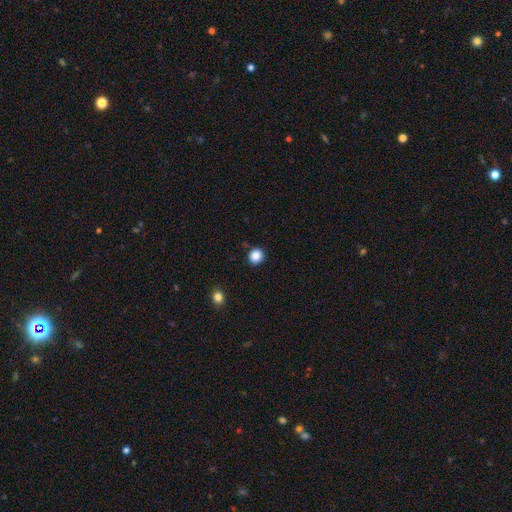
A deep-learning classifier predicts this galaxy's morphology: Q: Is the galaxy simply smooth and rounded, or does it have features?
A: smooth — 87%.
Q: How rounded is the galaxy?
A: round — 86%.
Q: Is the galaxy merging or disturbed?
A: none — 88%.